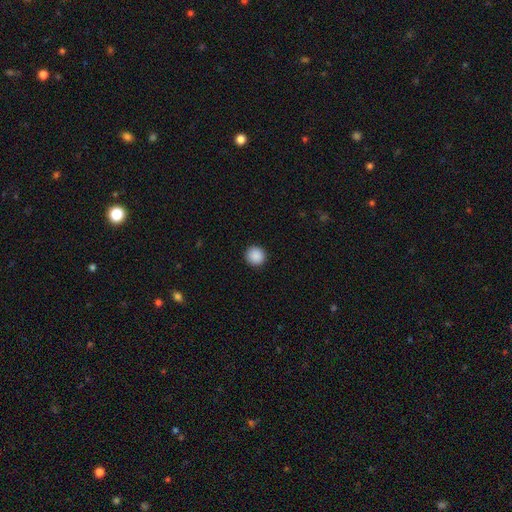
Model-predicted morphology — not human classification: Smooth or featured: smooth — 89% (star or artifact — 9%)
How rounded: round — 95% (in between — 4%)
Merging: none — 93% (minor disturbance — 4%)